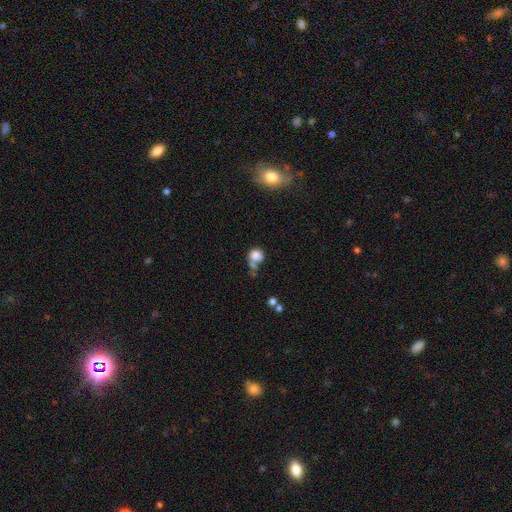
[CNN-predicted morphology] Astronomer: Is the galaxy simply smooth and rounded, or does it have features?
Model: smooth — 79%.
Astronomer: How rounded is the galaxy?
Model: round — 79%.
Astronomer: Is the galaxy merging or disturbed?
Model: none — 38% (runner-up: merger, 31%).